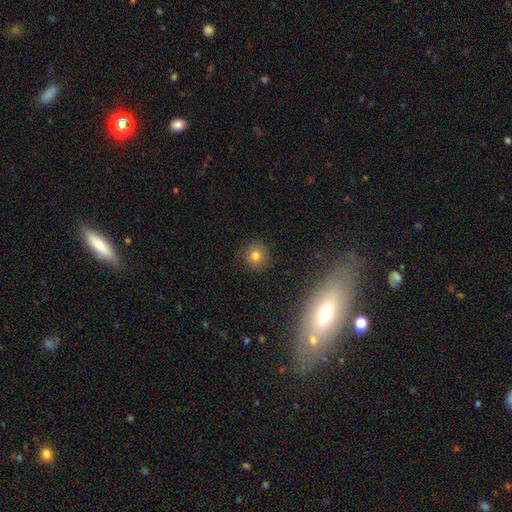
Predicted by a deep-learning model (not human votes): smooth 76%, star or artifact 14%, featured or disk 10%. Down the decision tree: how rounded — round (93%); merging — none (89%).